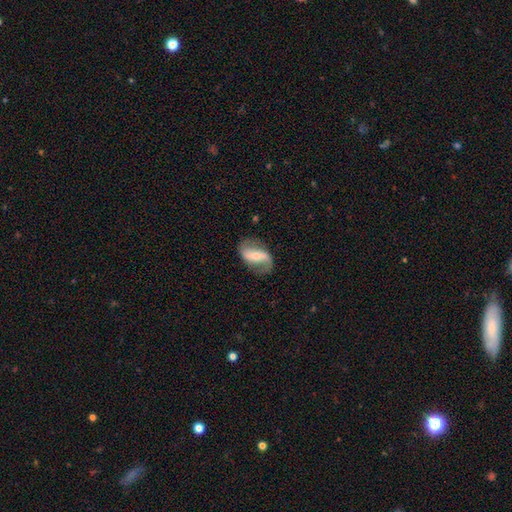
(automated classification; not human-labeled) Q: Smooth or featured?
A: featured or disk (80%); runner-up: smooth (15%)
Q: Edge-on disk?
A: no (96%); runner-up: yes (4%)
Q: Bar?
A: strong (44%); runner-up: weak (35%)
Q: Spiral arms?
A: yes (92%); runner-up: no (8%)
Q: Spiral winding?
A: loose (69%); runner-up: medium (23%)
Q: Spiral arm count?
A: 2 (88%); runner-up: 1 (6%)
Q: Bulge size?
A: small (51%); runner-up: moderate (37%)
Q: Merging?
A: none (75%); runner-up: minor disturbance (16%)